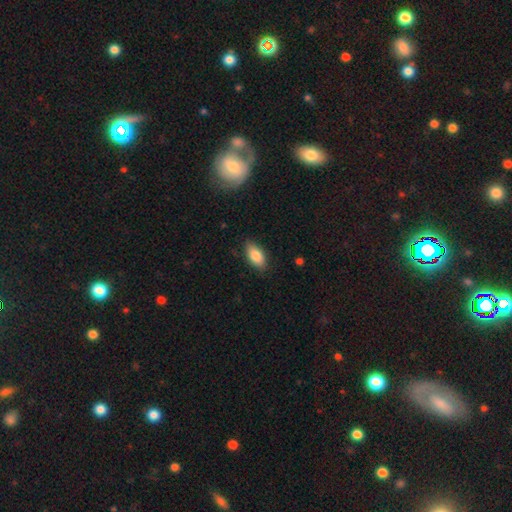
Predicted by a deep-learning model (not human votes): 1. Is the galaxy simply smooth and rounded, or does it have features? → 84% smooth, 9% featured or disk, 7% star or artifact.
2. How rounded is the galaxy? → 90% in between, 7% cigar-shaped, 3% round.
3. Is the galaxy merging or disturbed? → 84% none, 12% minor disturbance, 2% major disturbance, 1% merger.